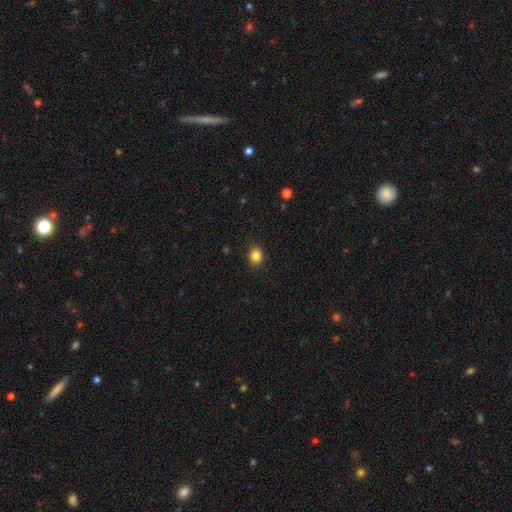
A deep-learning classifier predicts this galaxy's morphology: A smooth galaxy with no disk features (85%) that is round (53%). Merging: none (89%).